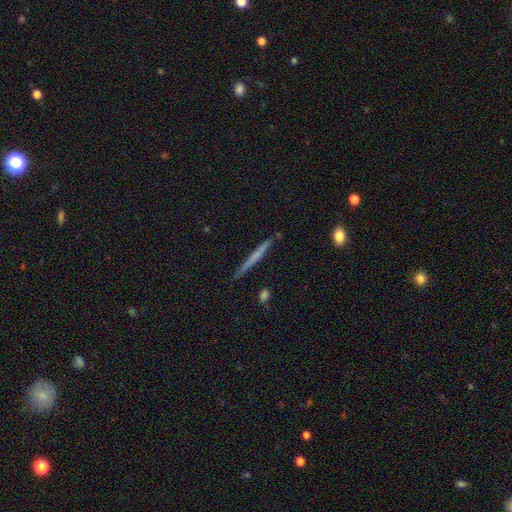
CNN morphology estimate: A smooth galaxy with no disk features (51%) that is cigar-shaped (96%).

Vote fractions:
- Smooth or featured? smooth: 51% / featured or disk: 43% / star or artifact: 6%
- How rounded? cigar-shaped: 96% / in between: 2% / round: 2%
- Merging? none: 88% / minor disturbance: 9% / merger: 2% / major disturbance: 2%